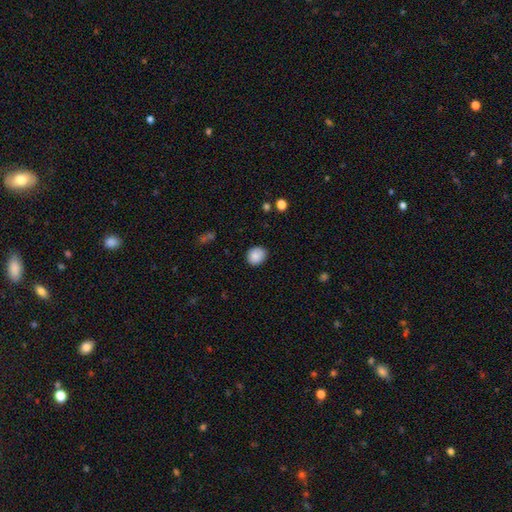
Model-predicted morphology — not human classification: smooth 87%, star or artifact 8%, featured or disk 5%. Down the decision tree: how rounded — round (75%); merging — none (87%).